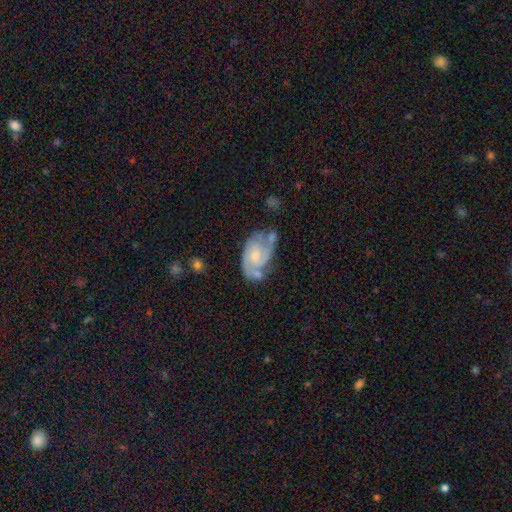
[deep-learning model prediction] Smooth or featured? Predicted: featured or disk (p=0.79). Edge-on disk? Predicted: no (p=0.97). Bar? Predicted: no (p=0.57). Spiral arms? Predicted: yes (p=0.94). Spiral winding? Predicted: tight (p=0.44, tied with medium). Spiral arm count? Predicted: 2 (p=0.68). Bulge size? Predicted: small (p=0.53). Merging? Predicted: none (p=0.48).